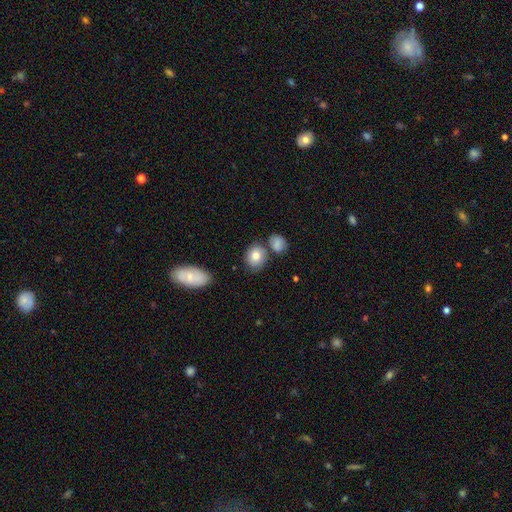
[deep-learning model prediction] Q: Smooth or featured?
A: smooth (81%); runner-up: featured or disk (12%)
Q: How rounded?
A: round (61%); runner-up: in between (38%)
Q: Merging?
A: none (66%); runner-up: merger (15%)